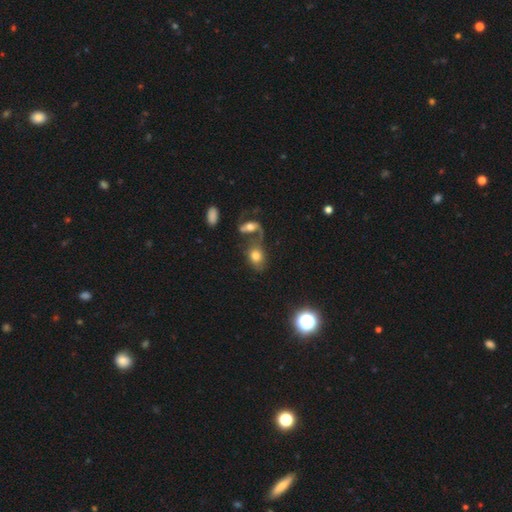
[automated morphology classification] smooth-or-featured: smooth: 63% | featured or disk: 26% | star or artifact: 11%
  how-rounded: in between: 65% | round: 33% | cigar-shaped: 2%
  merging: merger: 44% | none: 30% | major disturbance: 13% | minor disturbance: 12%